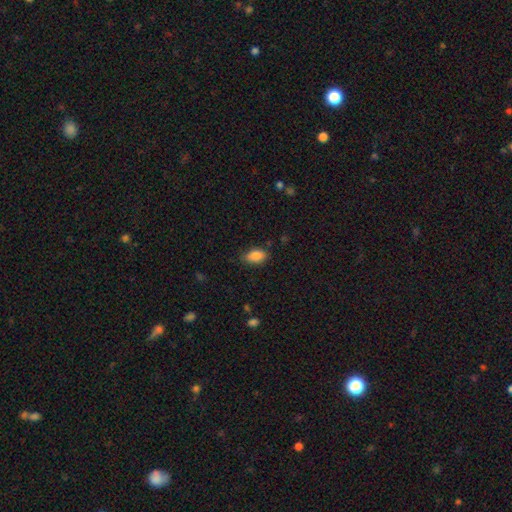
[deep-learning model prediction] The model was most divided on "merging": none: 79%, minor disturbance: 17%, major disturbance: 3%, merger: 1%. More confident: how rounded — in between (90%); smooth or featured — smooth (87%).